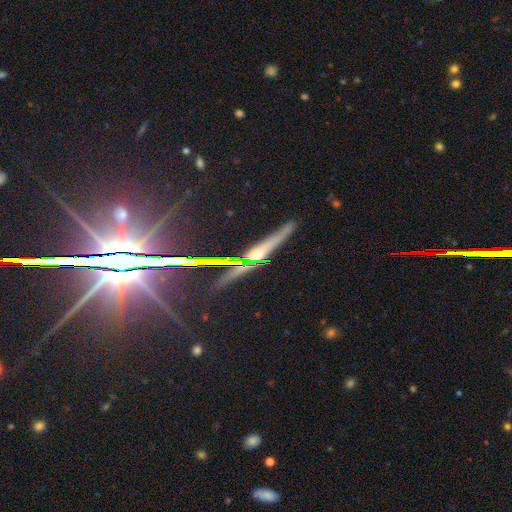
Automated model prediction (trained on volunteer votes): Smooth or featured?
  - featured or disk: 43% *
  - smooth: 29%
  - star or artifact: 27%
Merging?
  - none: 82% *
  - minor disturbance: 11%
  - merger: 4%
  - major disturbance: 3%